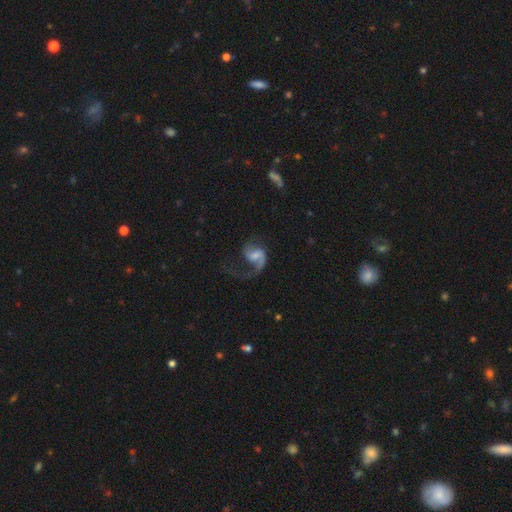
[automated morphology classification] featured or disk 81%, smooth 13%, star or artifact 6%. Down the decision tree: edge-on disk — no (98%); bar — weak (49%); spiral arms — yes (94%); spiral arm count — 2 (51%); spiral winding — loose (59%); bulge size — small (38%); merging — major disturbance (41%, tied with none).